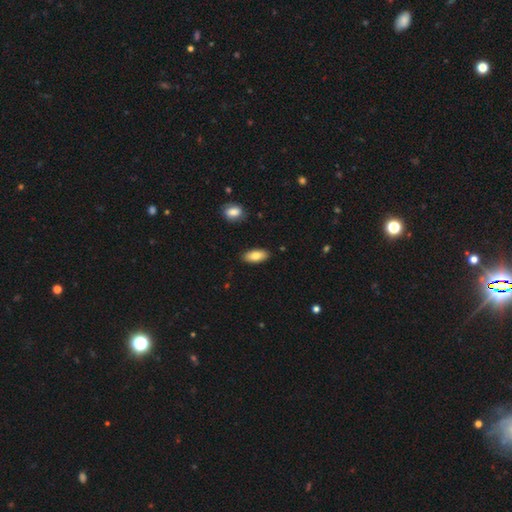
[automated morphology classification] Smooth or featured? Predicted: smooth (p=0.82). How rounded? Predicted: in between (p=0.88). Merging? Predicted: none (p=0.88).